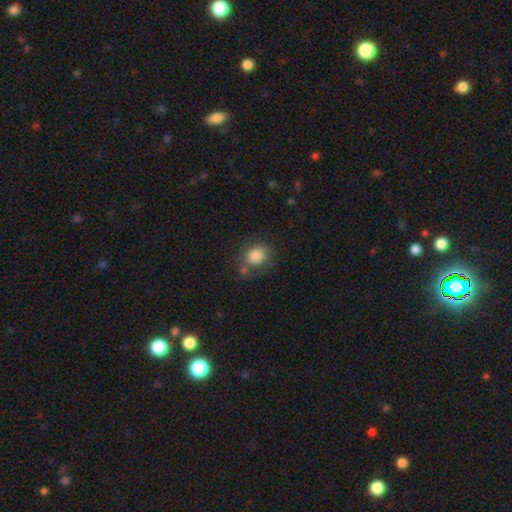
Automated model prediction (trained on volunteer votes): Overall: smooth (82%). How rounded: round (52%; in between 47%). Merging: none (57%; minor disturbance 22%).